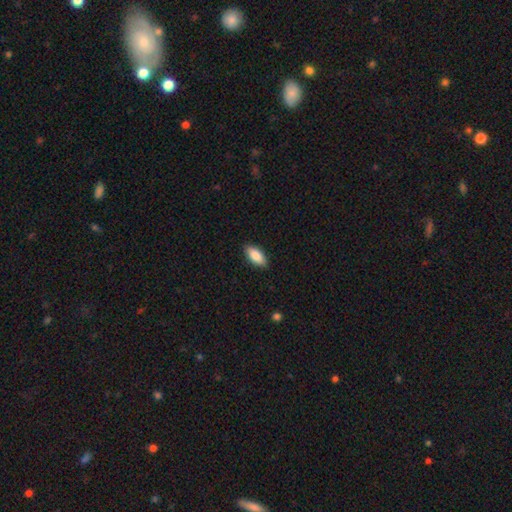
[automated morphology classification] A smooth galaxy with no disk features (87%) that is in between round and cigar-shaped (87%).

Vote fractions:
- Smooth or featured? smooth: 87% / featured or disk: 8% / star or artifact: 6%
- How rounded? in between: 87% / cigar-shaped: 11% / round: 2%
- Merging? none: 89% / minor disturbance: 8% / major disturbance: 2% / merger: 1%